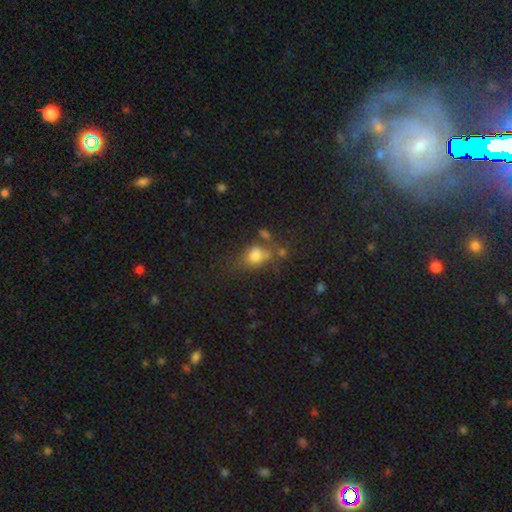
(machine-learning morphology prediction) Smooth or featured? Predicted: smooth (p=0.72). How rounded? Predicted: in between (p=0.55). Merging? Predicted: none (p=0.44).